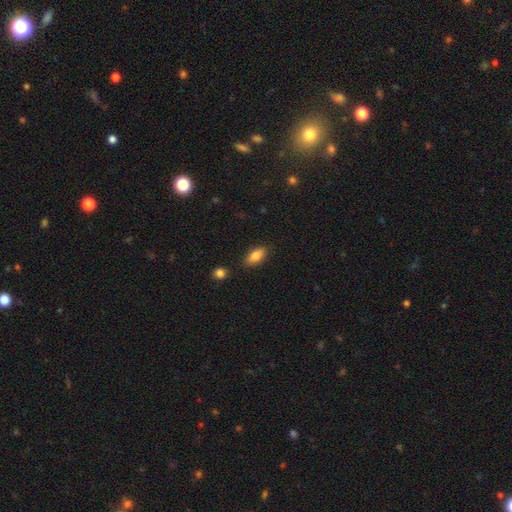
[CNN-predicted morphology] The model was most divided on "smooth or featured": smooth: 82%, featured or disk: 11%, star or artifact: 7%. More confident: how rounded — in between (88%); merging — none (84%).